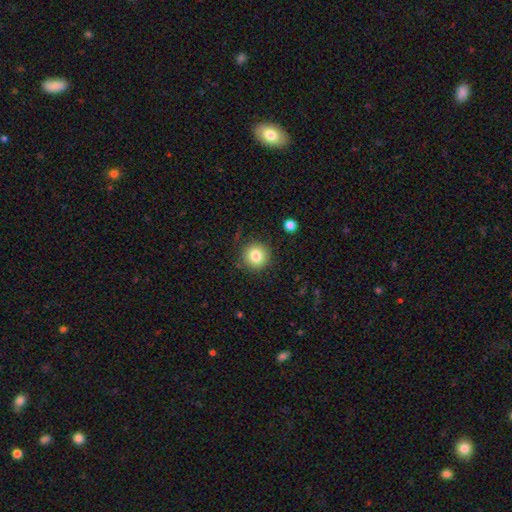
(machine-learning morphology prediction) smooth 83%, star or artifact 10%, featured or disk 7%. Down the decision tree: how rounded — round (94%); merging — none (87%).